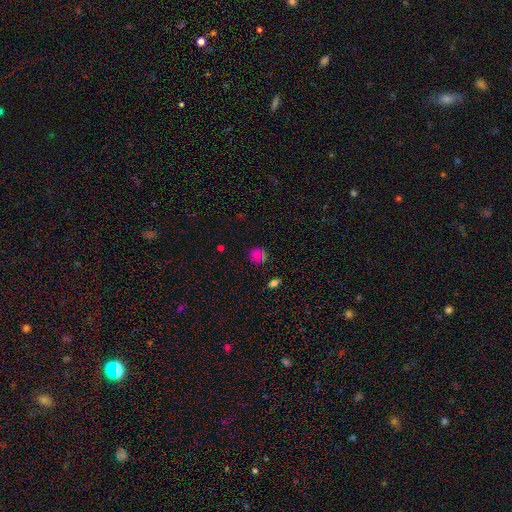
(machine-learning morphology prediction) Smooth or featured?
  - smooth: 72% *
  - star or artifact: 20%
  - featured or disk: 8%
How rounded?
  - round: 89% *
  - in between: 10%
  - cigar-shaped: 1%
Merging?
  - none: 81% *
  - minor disturbance: 13%
  - major disturbance: 3%
  - merger: 2%